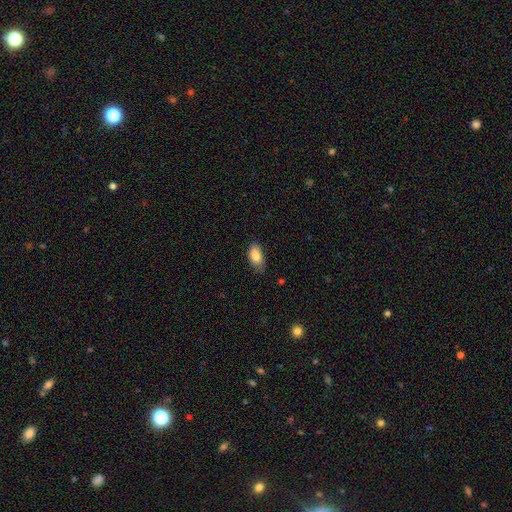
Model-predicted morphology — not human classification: Smooth or featured? smooth (86%)
How rounded? in between (92%)
Merging? none (71%)